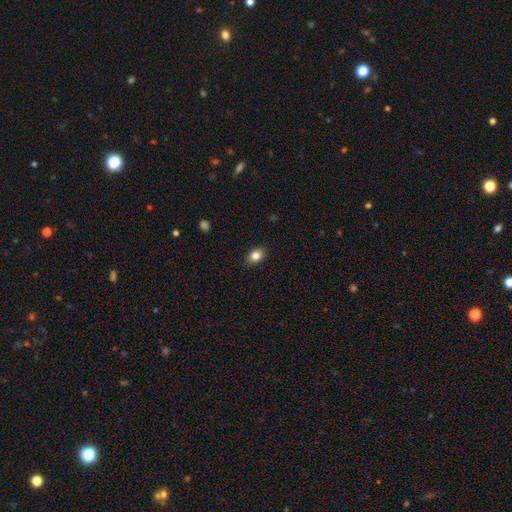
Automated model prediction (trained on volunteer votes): Smooth or featured?
  - smooth: 84% *
  - star or artifact: 10%
  - featured or disk: 7%
How rounded?
  - in between: 68% *
  - round: 31%
  - cigar-shaped: 1%
Merging?
  - none: 89% *
  - minor disturbance: 9%
  - major disturbance: 2%
  - merger: 1%